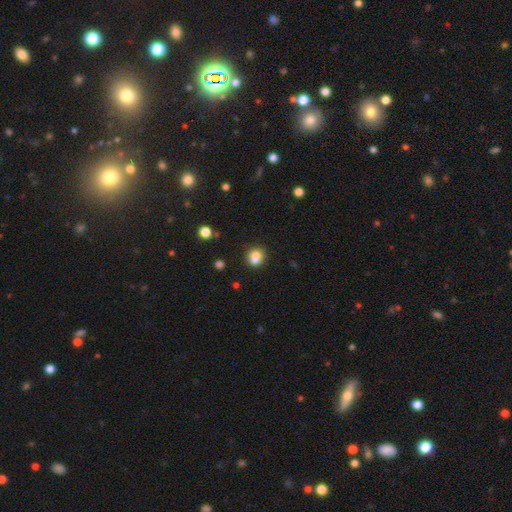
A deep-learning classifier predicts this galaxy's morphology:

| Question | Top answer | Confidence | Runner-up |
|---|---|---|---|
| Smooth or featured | smooth | 79% | star or artifact (11%) |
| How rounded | round | 66% | in between (33%) |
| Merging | none | 50% | merger (33%) |